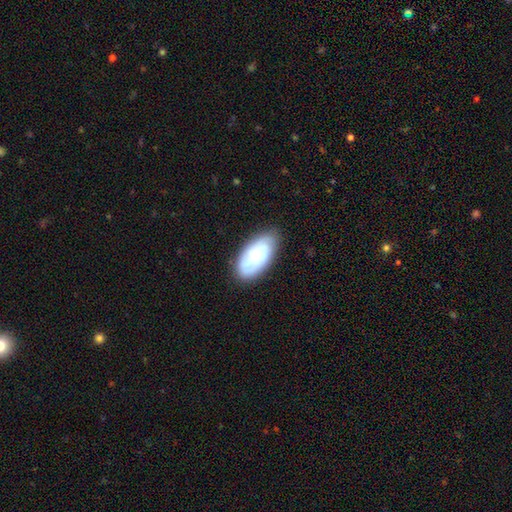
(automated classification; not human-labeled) Smooth or featured? smooth (60%)
How rounded? in between (93%)
Merging? none (78%)